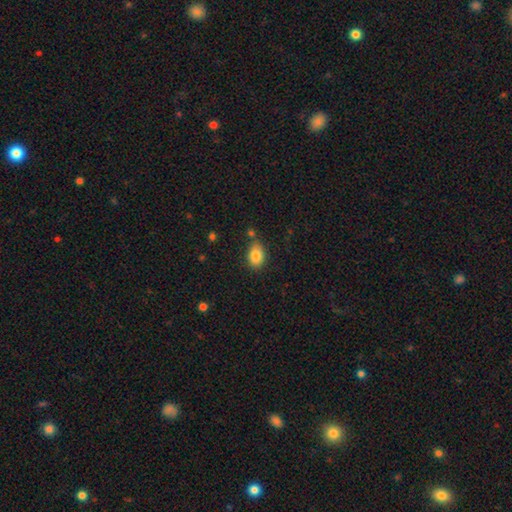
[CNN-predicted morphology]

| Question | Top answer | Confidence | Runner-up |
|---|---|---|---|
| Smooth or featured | smooth | 85% | star or artifact (8%) |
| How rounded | in between | 80% | round (18%) |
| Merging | none | 73% | minor disturbance (16%) |